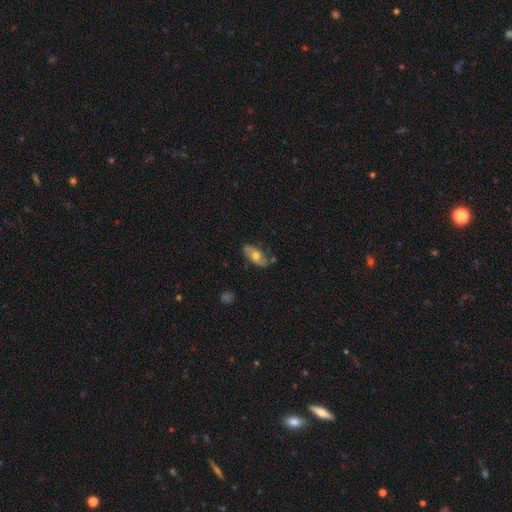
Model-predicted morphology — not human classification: type=smooth (52%); roundness=in between (87%); merging=none (67%).